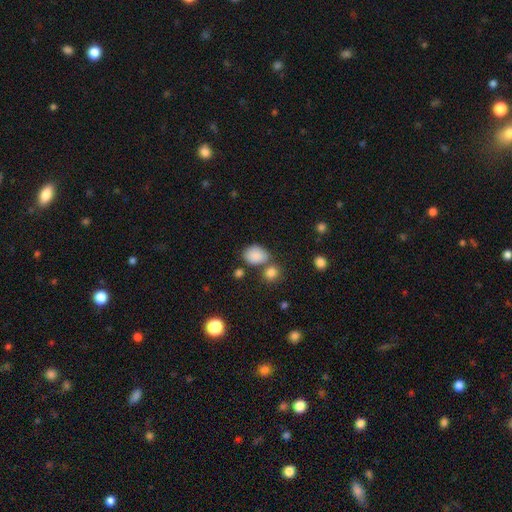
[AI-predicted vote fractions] smooth 86%, star or artifact 9%, featured or disk 5%. Down the decision tree: how rounded — in between (62%); merging — none (61%).